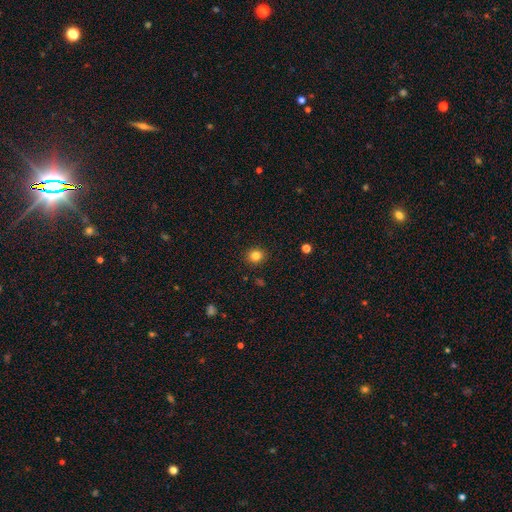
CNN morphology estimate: This appears to be a smooth galaxy with no disk features (83%) that is round (84%). Merging: none (91%).